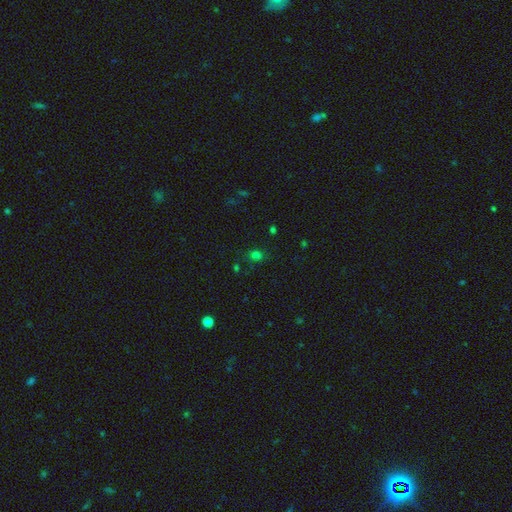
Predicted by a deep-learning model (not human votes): smooth_or_featured: smooth (p=0.64) [alt: star or artifact p=0.30]
how_rounded: round (p=0.70) [alt: in between p=0.28]
merging: none (p=0.77) [alt: minor disturbance p=0.13]